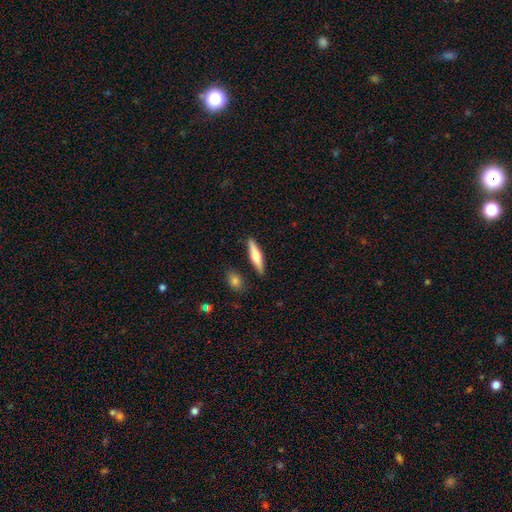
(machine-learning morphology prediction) smooth-or-featured: smooth: 53% | featured or disk: 42% | star or artifact: 6%
  how-rounded: cigar-shaped: 81% | in between: 17% | round: 2%
  merging: none: 87% | minor disturbance: 8% | merger: 2% | major disturbance: 2%